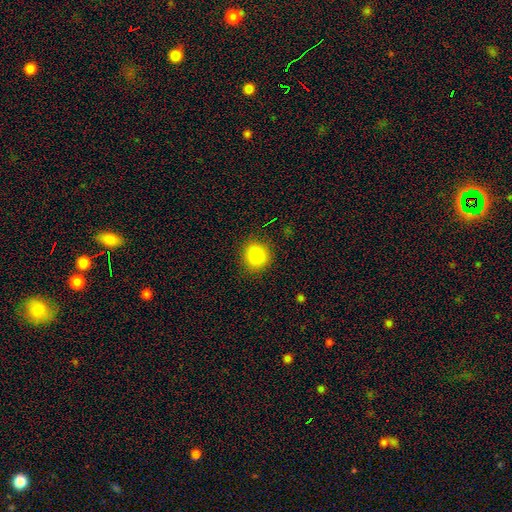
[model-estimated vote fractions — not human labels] smooth 86%, star or artifact 10%, featured or disk 4%. Down the decision tree: how rounded — round (87%); merging — none (88%).